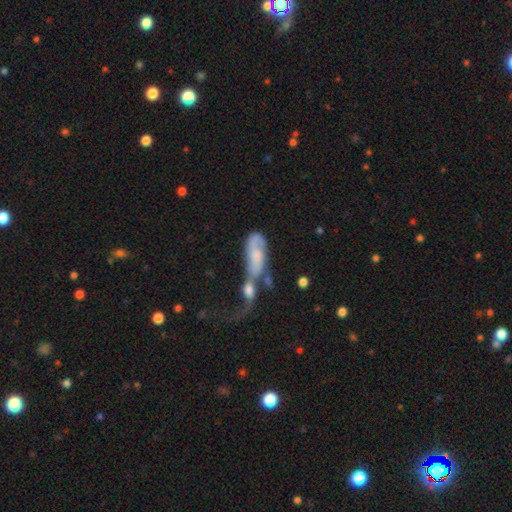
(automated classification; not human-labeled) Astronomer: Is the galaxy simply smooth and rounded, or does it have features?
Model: featured or disk — 52% (runner-up: smooth, 40%).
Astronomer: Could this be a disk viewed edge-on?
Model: no — 87%.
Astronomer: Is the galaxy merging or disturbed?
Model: merger — 62%.